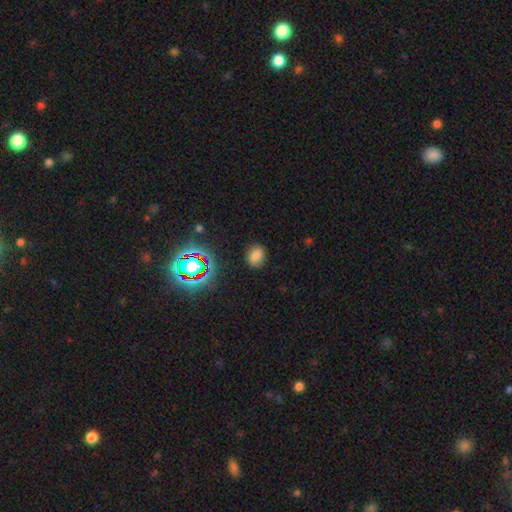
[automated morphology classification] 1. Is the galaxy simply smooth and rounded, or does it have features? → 75% smooth, 17% star or artifact, 7% featured or disk.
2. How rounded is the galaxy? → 64% in between, 34% round, 2% cigar-shaped.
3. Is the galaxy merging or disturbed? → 84% none, 12% minor disturbance, 3% major disturbance, 1% merger.